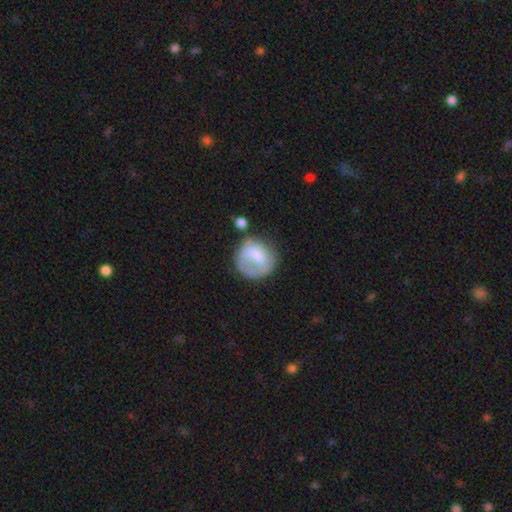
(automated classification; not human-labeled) Smooth or featured? smooth (59%)
How rounded? round (83%)
Merging? none (48%)